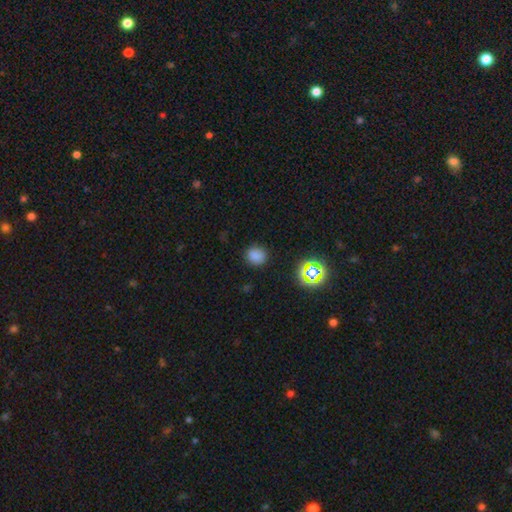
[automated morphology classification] Q: Smooth or featured?
A: smooth (78%); runner-up: star or artifact (18%)
Q: How rounded?
A: round (82%); runner-up: in between (17%)
Q: Merging?
A: none (86%); runner-up: minor disturbance (9%)